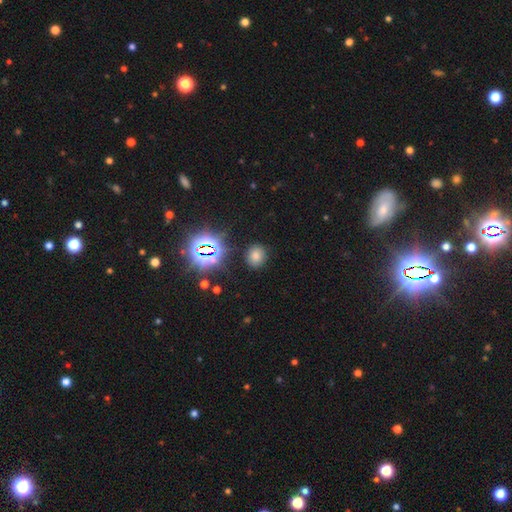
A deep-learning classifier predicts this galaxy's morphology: Q: Smooth or featured?
A: smooth (69%); runner-up: star or artifact (24%)
Q: How rounded?
A: round (65%); runner-up: in between (34%)
Q: Merging?
A: none (85%); runner-up: minor disturbance (10%)